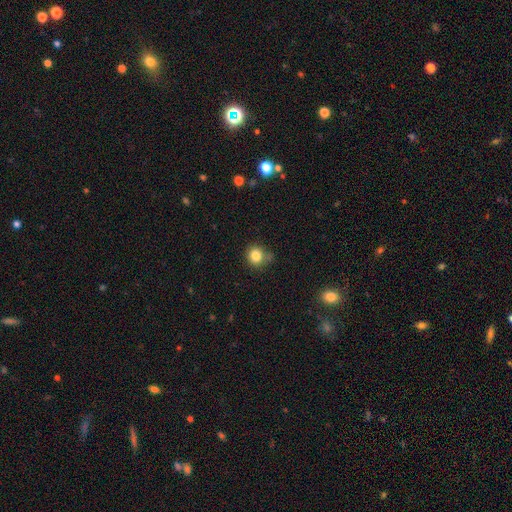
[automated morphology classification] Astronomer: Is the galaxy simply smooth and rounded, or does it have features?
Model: smooth — 83%.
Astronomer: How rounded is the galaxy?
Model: round — 88%.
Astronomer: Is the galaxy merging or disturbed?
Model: none — 72%.